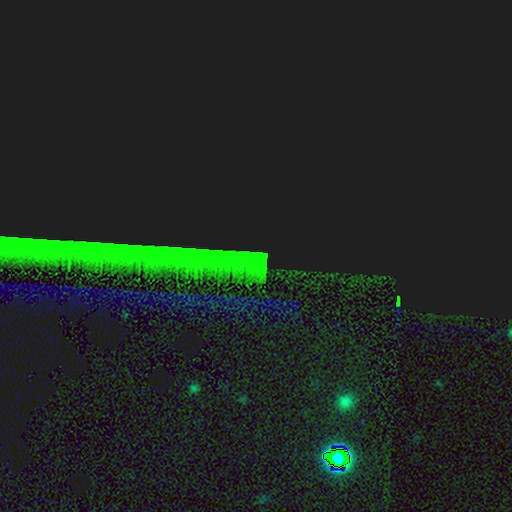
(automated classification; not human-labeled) The model was most divided on "smooth or featured": star or artifact: 85%, smooth: 8%, featured or disk: 7%.